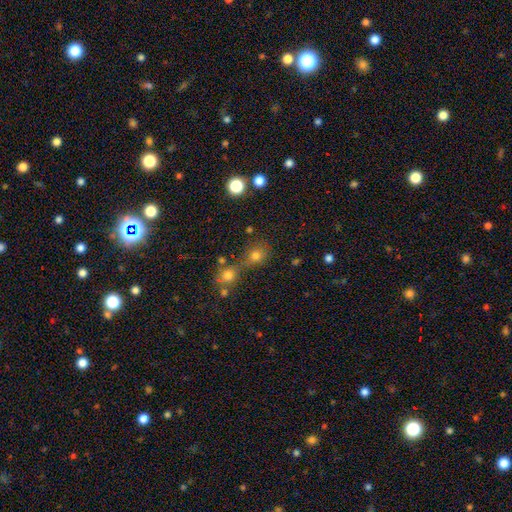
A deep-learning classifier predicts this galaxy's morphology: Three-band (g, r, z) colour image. It shows a smooth galaxy with no disk features (73%) that is round (81%). Merging: none (46%).